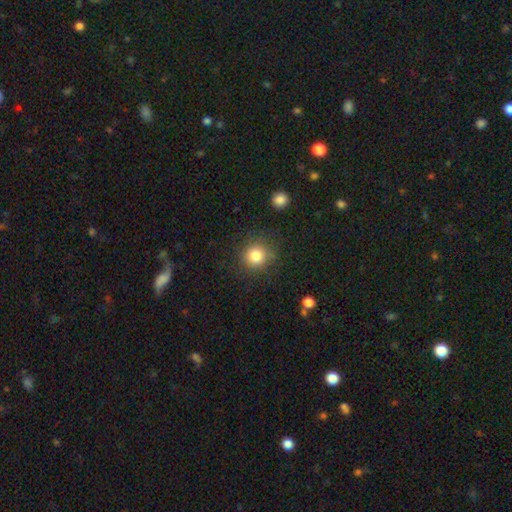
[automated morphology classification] This appears to be a smooth galaxy with no disk features (83%) that is round (91%). Merging: none (83%).